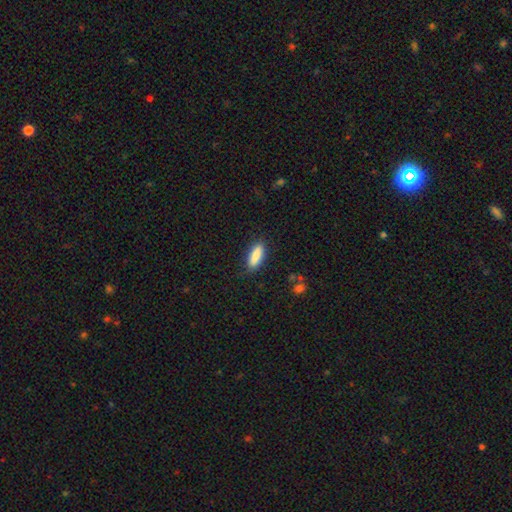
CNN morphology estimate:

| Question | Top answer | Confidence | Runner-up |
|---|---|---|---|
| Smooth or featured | smooth | 87% | star or artifact (6%) |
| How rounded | in between | 60% | cigar-shaped (38%) |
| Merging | none | 84% | minor disturbance (12%) |